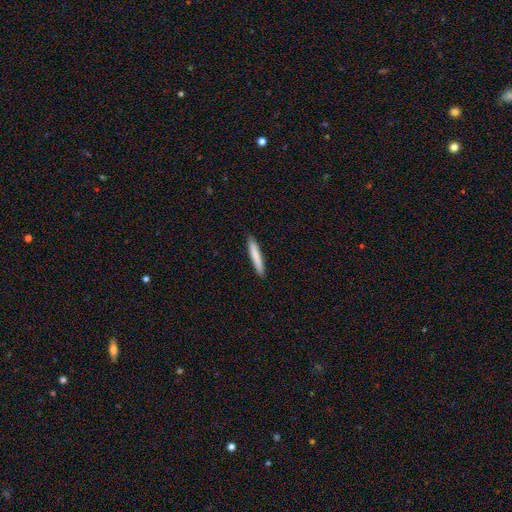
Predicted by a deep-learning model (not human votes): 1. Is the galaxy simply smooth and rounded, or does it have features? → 82% smooth, 13% featured or disk, 5% star or artifact.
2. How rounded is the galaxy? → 95% cigar-shaped, 4% in between, 1% round.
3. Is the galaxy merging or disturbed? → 91% none, 7% minor disturbance, 1% major disturbance, 1% merger.